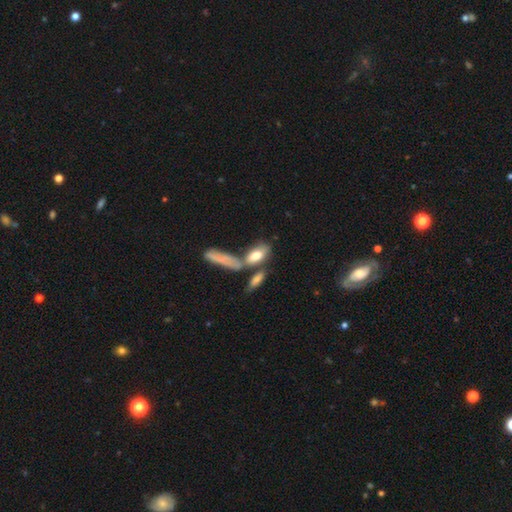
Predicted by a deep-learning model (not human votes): Smooth or featured? Predicted: smooth (p=0.71). How rounded? Predicted: in between (p=0.71). Merging? Predicted: none (p=0.47).